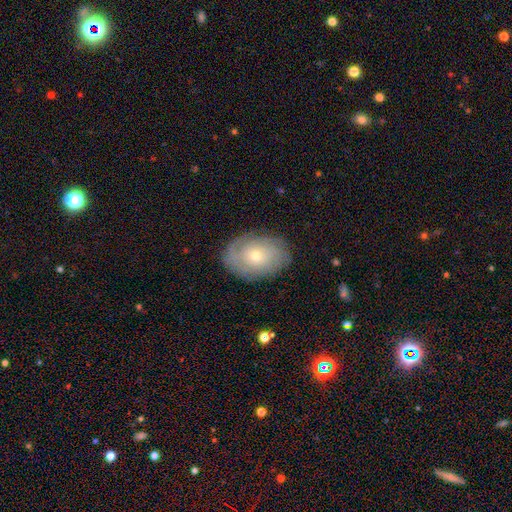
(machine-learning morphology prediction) Smooth or featured: featured or disk — 56% (smooth — 36%)
Edge-on disk: no — 93% (yes — 7%)
Bar: no — 85% (weak — 13%)
Spiral arms: yes — 72% (no — 28%)
Bulge size: small — 60% (moderate — 37%)
Merging: none — 81% (minor disturbance — 14%)